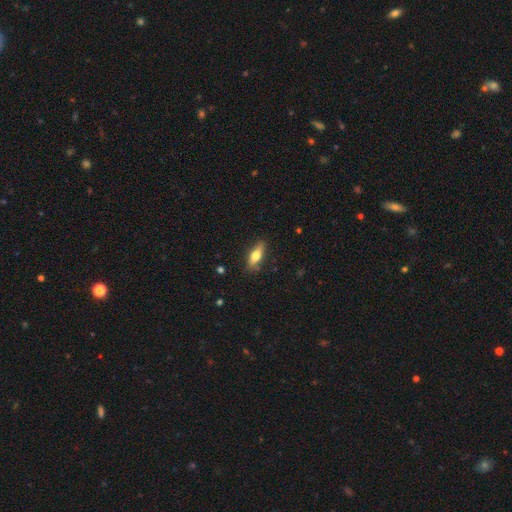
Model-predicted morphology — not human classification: A smooth galaxy with no disk features (61%) that is in between round and cigar-shaped (55%). Merging: none (83%).